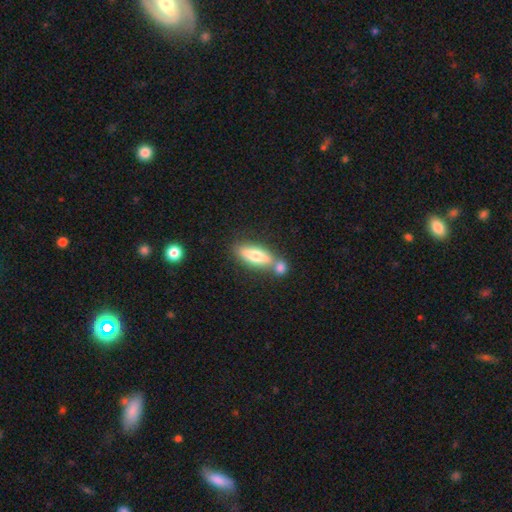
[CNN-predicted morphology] This appears to be a smooth galaxy with no disk features (61%) that is in between round and cigar-shaped (52%). Merging: none (51%).